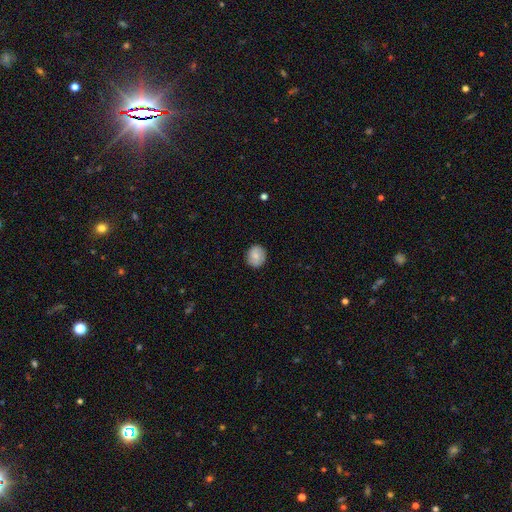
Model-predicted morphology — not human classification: A smooth galaxy with no disk features (76%) that is round (79%). Merging: none (87%).